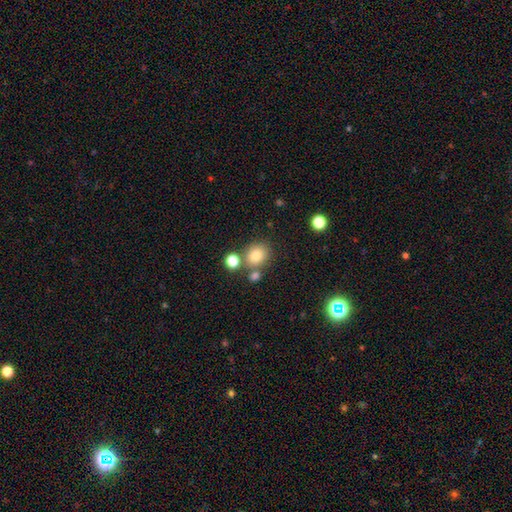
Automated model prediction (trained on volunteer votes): Smooth or featured?
  - smooth: 79% *
  - star or artifact: 12%
  - featured or disk: 9%
How rounded?
  - round: 69% *
  - in between: 30%
  - cigar-shaped: 1%
Merging?
  - none: 68% *
  - merger: 17%
  - minor disturbance: 11%
  - major disturbance: 4%